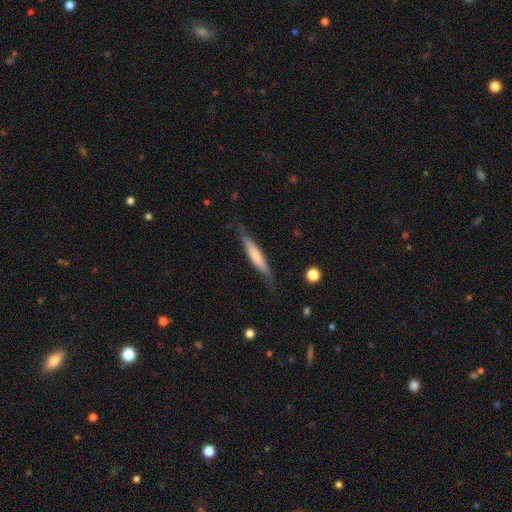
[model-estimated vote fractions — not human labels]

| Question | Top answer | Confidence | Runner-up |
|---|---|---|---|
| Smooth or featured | smooth | 56% | featured or disk (38%) |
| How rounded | cigar-shaped | 89% | in between (10%) |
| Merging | none | 78% | minor disturbance (16%) |